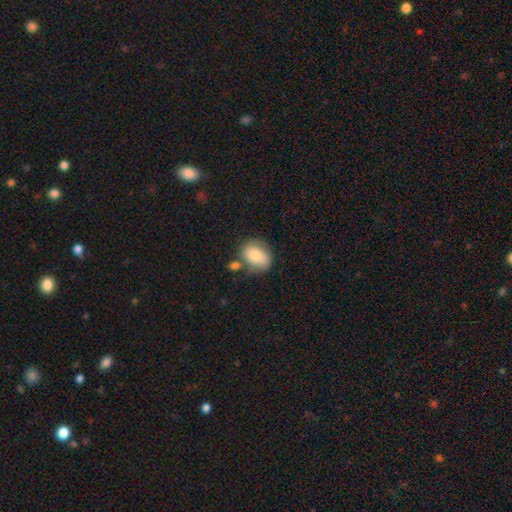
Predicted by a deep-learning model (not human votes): smooth-or-featured: smooth: 80% | featured or disk: 13% | star or artifact: 7%
  how-rounded: in between: 71% | round: 28% | cigar-shaped: 1%
  merging: none: 59% | minor disturbance: 19% | merger: 16% | major disturbance: 6%